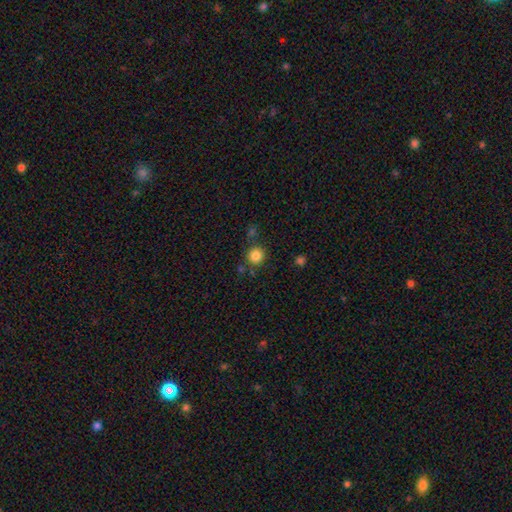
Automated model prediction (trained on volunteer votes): smooth_or_featured: smooth (p=0.85) [alt: star or artifact p=0.11]
how_rounded: round (p=0.93) [alt: in between p=0.06]
merging: none (p=0.82) [alt: minor disturbance p=0.08]